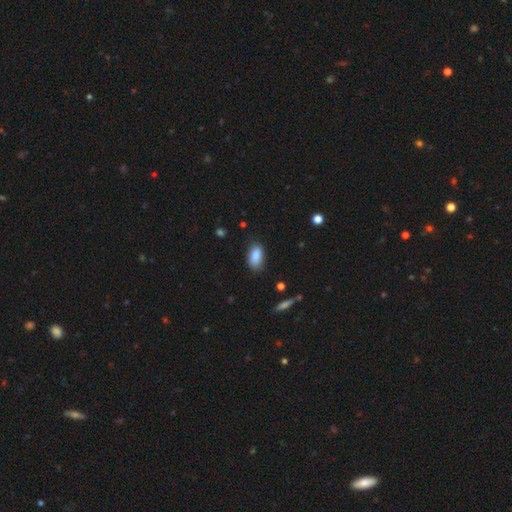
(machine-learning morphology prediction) The model was most divided on "merging": none: 79%, minor disturbance: 16%, major disturbance: 3%, merger: 1%. More confident: how rounded — in between (92%); smooth or featured — smooth (88%).